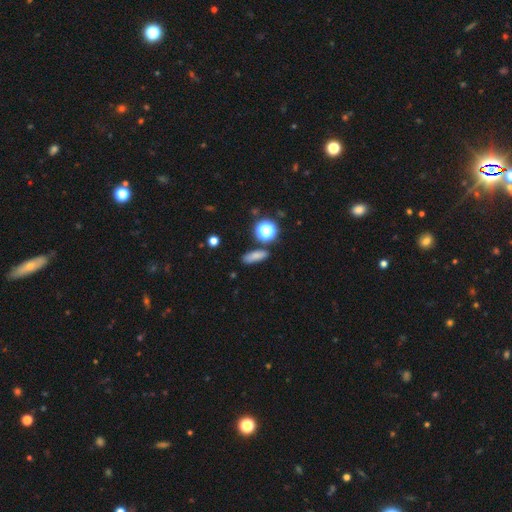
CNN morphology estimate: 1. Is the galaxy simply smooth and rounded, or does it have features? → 74% smooth, 17% star or artifact, 9% featured or disk.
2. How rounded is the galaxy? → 50% in between, 36% cigar-shaped, 13% round.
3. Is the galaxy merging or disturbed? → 78% none, 13% minor disturbance, 5% merger, 4% major disturbance.